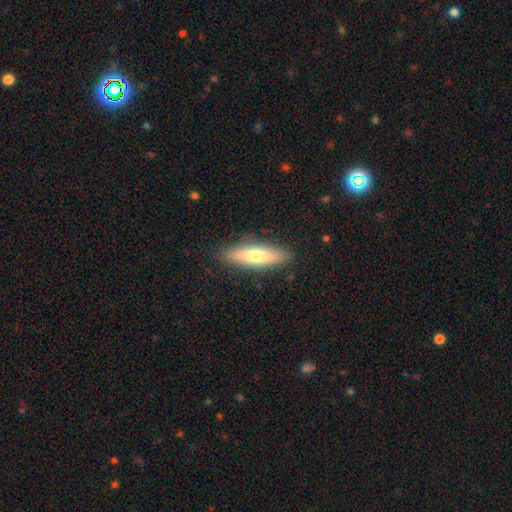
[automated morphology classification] Smooth or featured?
  - smooth: 67% *
  - featured or disk: 27%
  - star or artifact: 6%
How rounded?
  - cigar-shaped: 65% *
  - in between: 33%
  - round: 2%
Merging?
  - none: 87% *
  - minor disturbance: 10%
  - major disturbance: 2%
  - merger: 1%